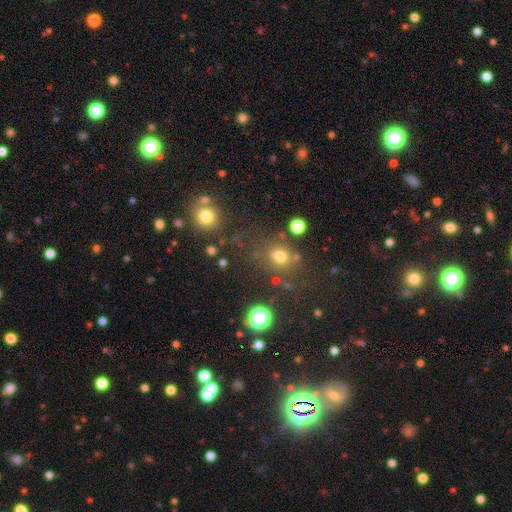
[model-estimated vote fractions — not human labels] Smooth or featured? Predicted: star or artifact (p=0.52).